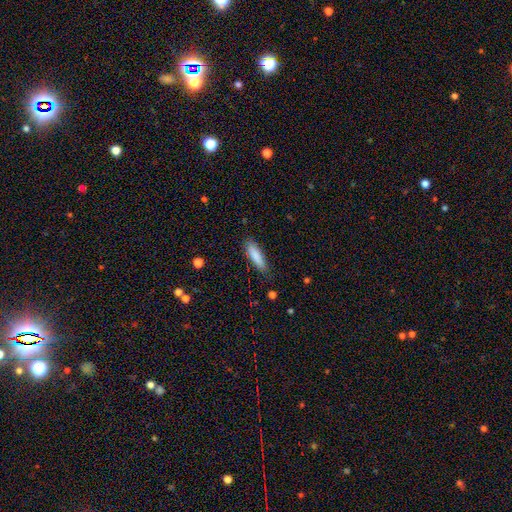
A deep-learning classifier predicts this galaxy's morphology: Smooth or featured?
  - smooth: 85% *
  - featured or disk: 9%
  - star or artifact: 6%
How rounded?
  - cigar-shaped: 64% *
  - in between: 34%
  - round: 1%
Merging?
  - none: 83% *
  - minor disturbance: 13%
  - major disturbance: 2%
  - merger: 1%